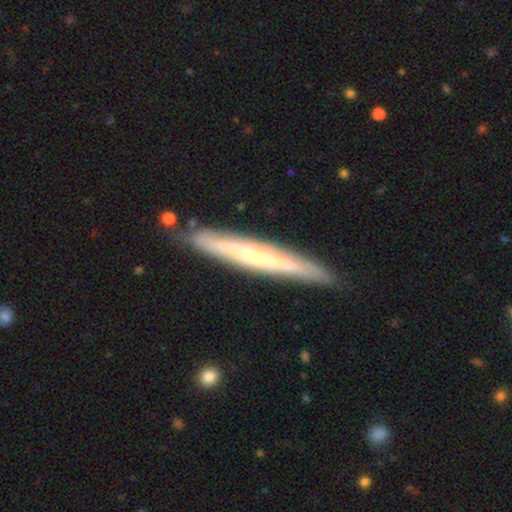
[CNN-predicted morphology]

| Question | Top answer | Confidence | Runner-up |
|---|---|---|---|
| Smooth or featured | featured or disk | 53% | smooth (41%) |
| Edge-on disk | yes | 92% | no (8%) |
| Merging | none | 87% | minor disturbance (10%) |